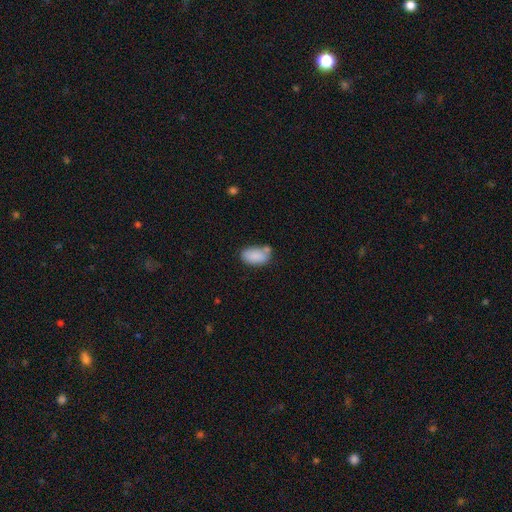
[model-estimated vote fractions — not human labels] This appears to be a smooth galaxy with no disk features (85%) that is in between round and cigar-shaped (92%). Merging: none (54%).